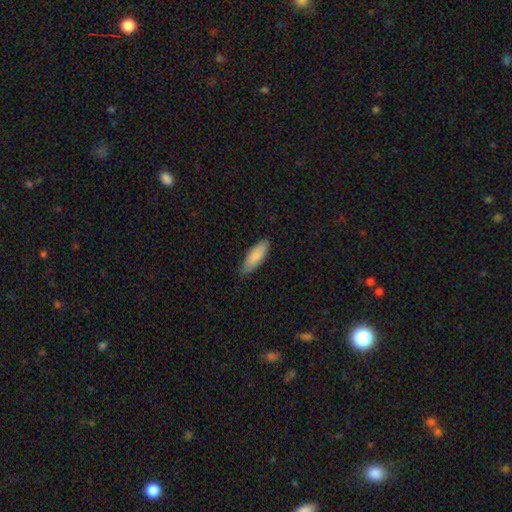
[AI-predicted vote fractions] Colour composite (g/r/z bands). It shows a smooth galaxy with no disk features (87%) that is in between round and cigar-shaped (70%). Merging: none (75%).